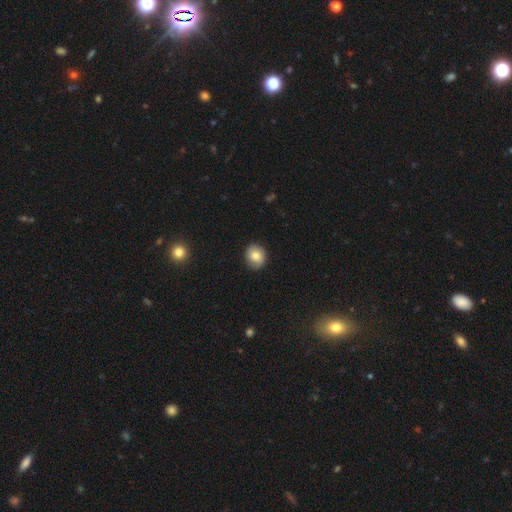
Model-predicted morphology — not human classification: Q: Smooth or featured?
A: smooth (82%); runner-up: featured or disk (10%)
Q: How rounded?
A: round (77%); runner-up: in between (22%)
Q: Merging?
A: none (88%); runner-up: minor disturbance (10%)